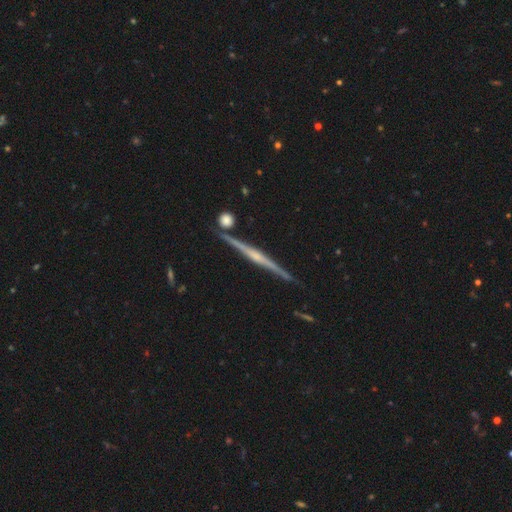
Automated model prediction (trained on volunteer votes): A featured or disk galaxy (85%) viewed edge-on (98%) with a rounded central bulge (67%).

Vote fractions:
- Smooth or featured? featured or disk: 85% / smooth: 10% / star or artifact: 6%
- Edge-on disk? yes: 98% / no: 2%
- Edge-on bulge? rounded: 67% / none: 21% / boxy: 12%
- Merging? none: 87% / minor disturbance: 7% / merger: 4% / major disturbance: 2%